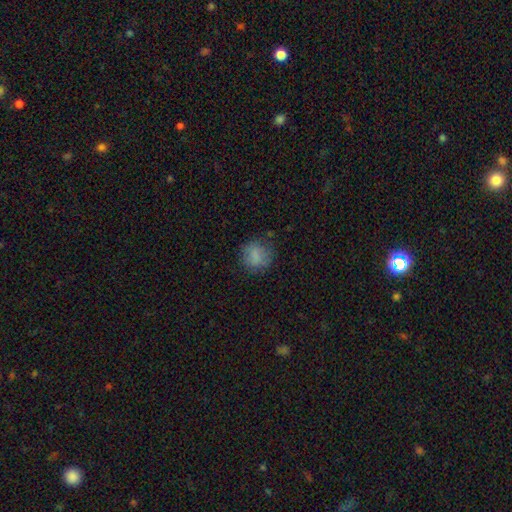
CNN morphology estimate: The model was most divided on "merging": none: 75%, minor disturbance: 17%, major disturbance: 7%, merger: 1%. More confident: how rounded — round (83%); smooth or featured — smooth (80%).